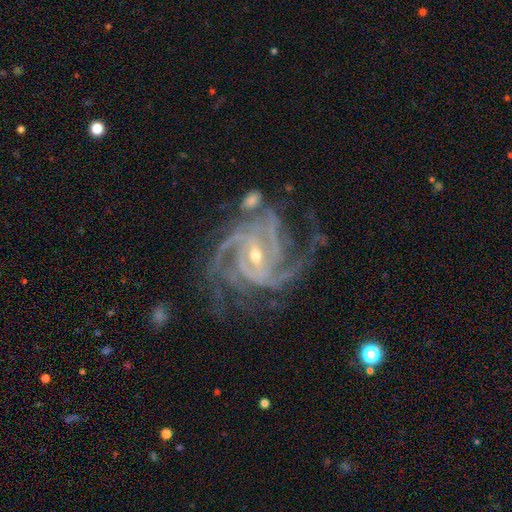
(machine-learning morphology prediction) A featured or disk galaxy (93%) with a weak bar (42%), 4 (33%) tight (50%) spiral arms (98%) and a small central bulge (64%).

Vote fractions:
- Smooth or featured? featured or disk: 93% / star or artifact: 5% / smooth: 2%
- Edge-on disk? no: 98% / yes: 2%
- Bar? weak: 42% / strong: 38% / no: 20%
- Spiral arms? yes: 98% / no: 2%
- Spiral winding? tight: 50% / medium: 43% / loose: 7%
- Spiral arm count? 4: 33% / 3: 28% / 2: 12% / can't tell: 11% / more than 4: 9% / 1: 6%
- Bulge size? small: 64% / moderate: 33% / large: 1% / none: 1% / dominant: 1%
- Merging? none: 56% / minor disturbance: 20% / major disturbance: 19% / merger: 5%